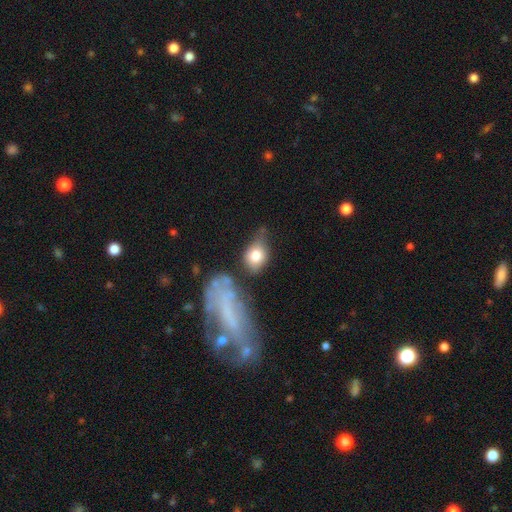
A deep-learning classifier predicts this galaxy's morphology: Smooth or featured? smooth (72%)
How rounded? in between (61%)
Merging? none (39%)